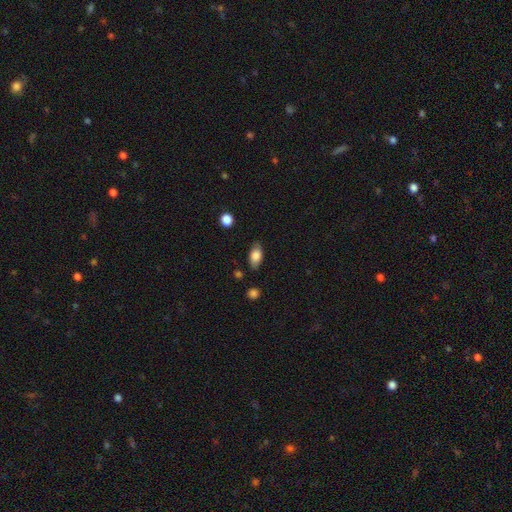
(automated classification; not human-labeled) Morphology: type=smooth (80%); roundness=in between (88%); merging=none (80%).